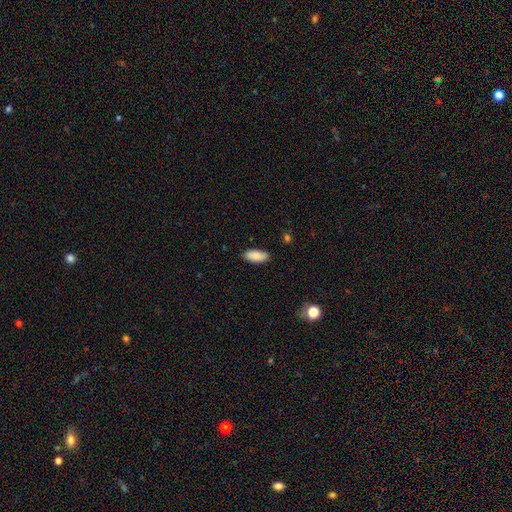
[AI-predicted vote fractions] Overall: smooth (88%). How rounded: in between (86%). Merging: none (86%).